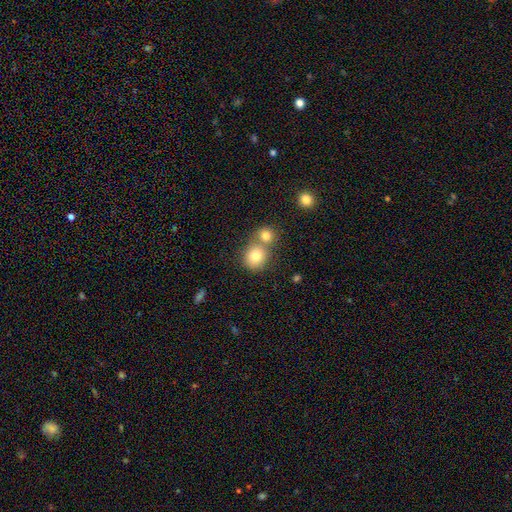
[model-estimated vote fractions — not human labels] A smooth galaxy with no disk features (79%) that is round (82%).

Vote fractions:
- Smooth or featured? smooth: 79% / star or artifact: 11% / featured or disk: 10%
- How rounded? round: 82% / in between: 17% / cigar-shaped: 1%
- Merging? none: 46% / merger: 44% / minor disturbance: 7% / major disturbance: 3%